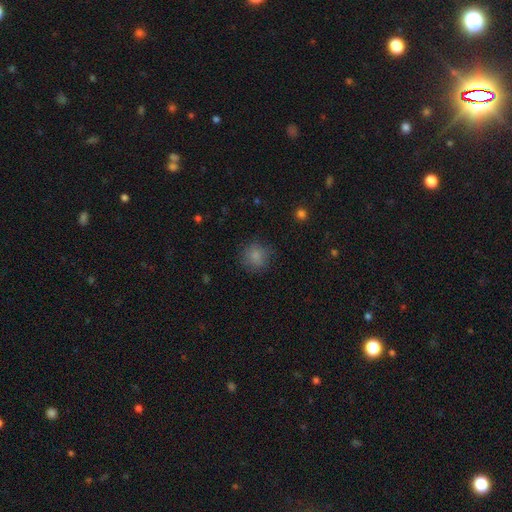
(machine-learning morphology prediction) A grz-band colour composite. It shows a smooth galaxy with no disk features (83%) that is round (89%). Merging: none (80%).